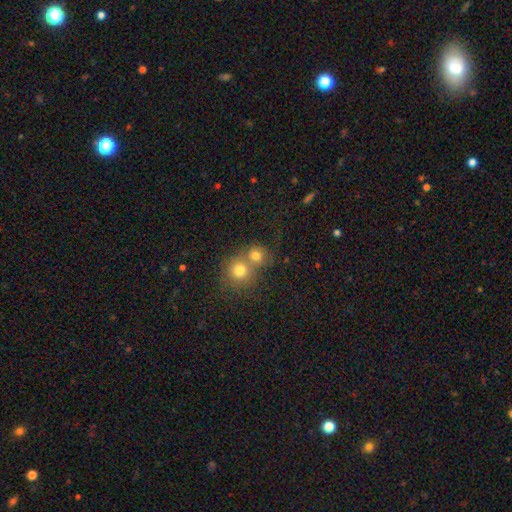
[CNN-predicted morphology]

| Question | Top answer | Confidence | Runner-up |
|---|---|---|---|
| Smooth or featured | smooth | 75% | star or artifact (13%) |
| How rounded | round | 80% | in between (19%) |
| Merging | merger | 52% | none (39%) |